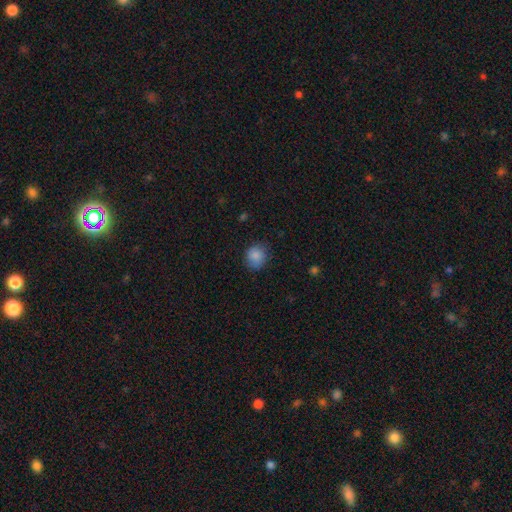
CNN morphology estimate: Smooth or featured?
  - smooth: 86% *
  - star or artifact: 8%
  - featured or disk: 6%
How rounded?
  - round: 78% *
  - in between: 21%
  - cigar-shaped: 1%
Merging?
  - none: 80% *
  - minor disturbance: 15%
  - major disturbance: 3%
  - merger: 1%